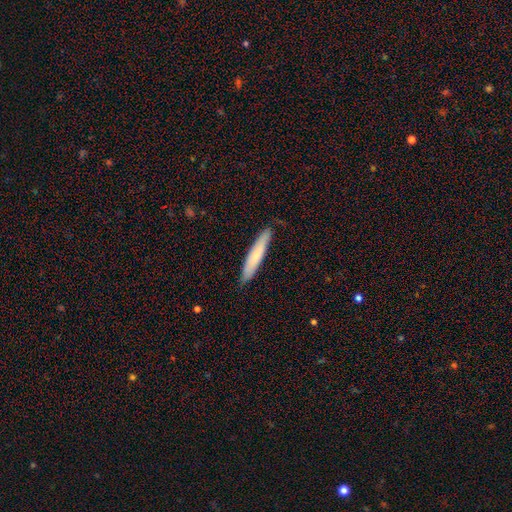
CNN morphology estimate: The model was most divided on "smooth or featured": smooth: 70%, featured or disk: 25%, star or artifact: 6%. More confident: how rounded — cigar-shaped (91%); merging — none (86%).